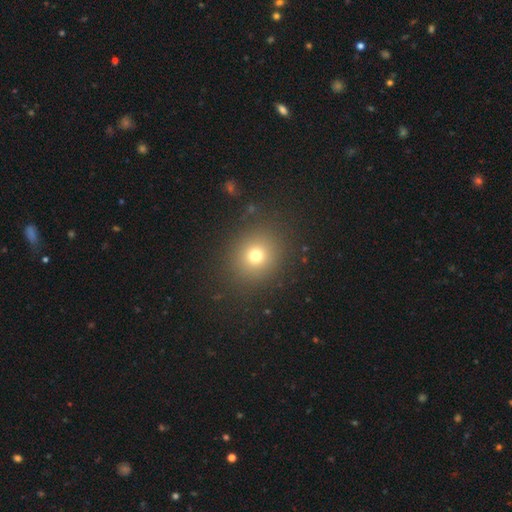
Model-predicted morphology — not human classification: This appears to be a smooth galaxy with no disk features (73%) that is round (80%). Merging: none (87%).